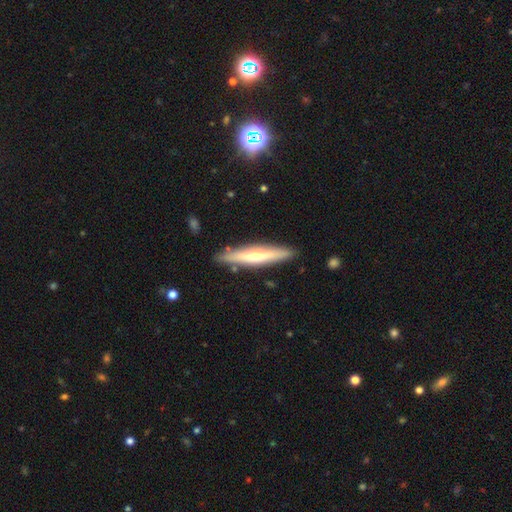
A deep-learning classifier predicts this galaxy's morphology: Smooth or featured? featured or disk (56%)
Edge-on disk? yes (93%)
Edge-on bulge? rounded (80%)
Merging? none (87%)